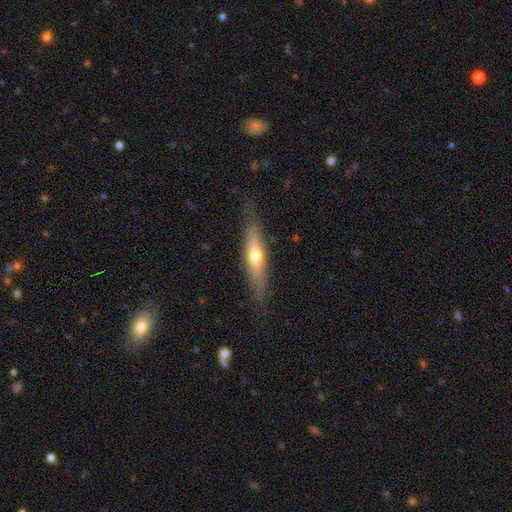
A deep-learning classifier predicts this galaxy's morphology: Smooth or featured?
  - featured or disk: 48% *
  - smooth: 46%
  - star or artifact: 6%
Merging?
  - none: 79% *
  - minor disturbance: 15%
  - major disturbance: 5%
  - merger: 1%